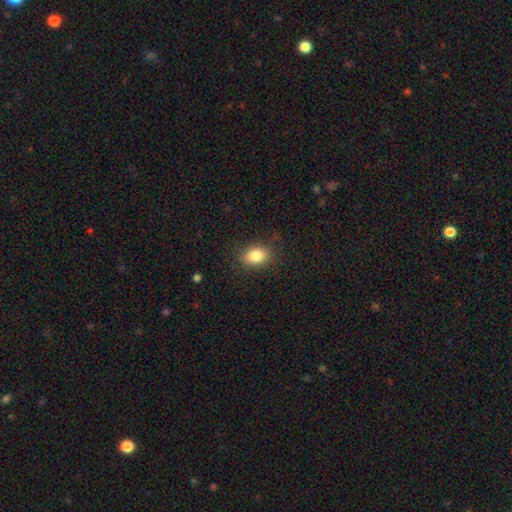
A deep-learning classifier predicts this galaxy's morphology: This is clearly a smooth galaxy (84%). How rounded: likely in between (70%). Merging: clearly none (85%).